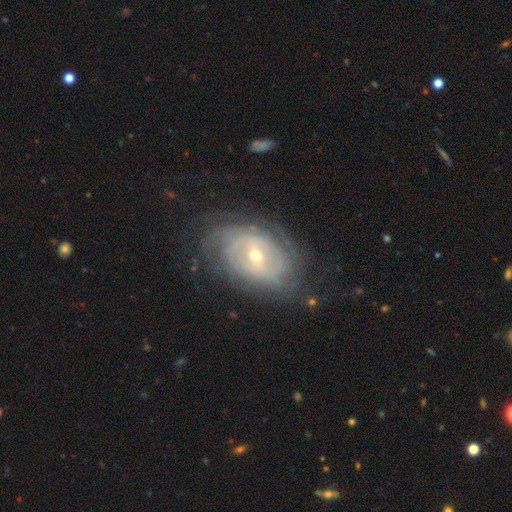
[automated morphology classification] Smooth or featured: featured or disk — 78% (smooth — 14%)
Edge-on disk: no — 95% (yes — 5%)
Bar: no — 53% (weak — 36%)
Spiral arms: yes — 85% (no — 15%)
Spiral winding: tight — 69% (medium — 23%)
Spiral arm count: can't tell — 53% (2 — 19%)
Bulge size: small — 60% (moderate — 37%)
Merging: none — 68% (minor disturbance — 20%)